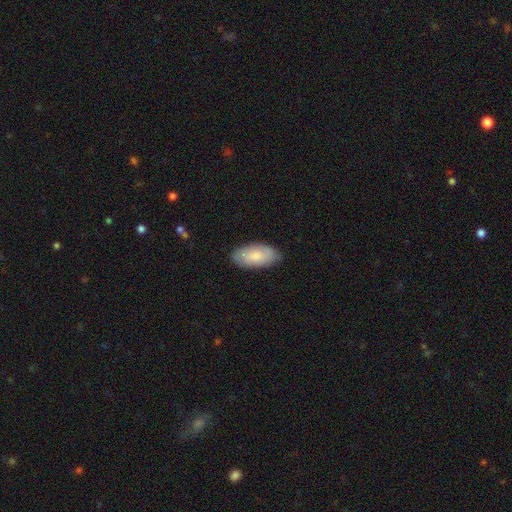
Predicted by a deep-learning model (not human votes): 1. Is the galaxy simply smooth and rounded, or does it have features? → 76% smooth, 19% featured or disk, 5% star or artifact.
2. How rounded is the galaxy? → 94% in between, 4% cigar-shaped, 2% round.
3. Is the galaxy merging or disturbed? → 83% none, 14% minor disturbance, 2% major disturbance, 1% merger.